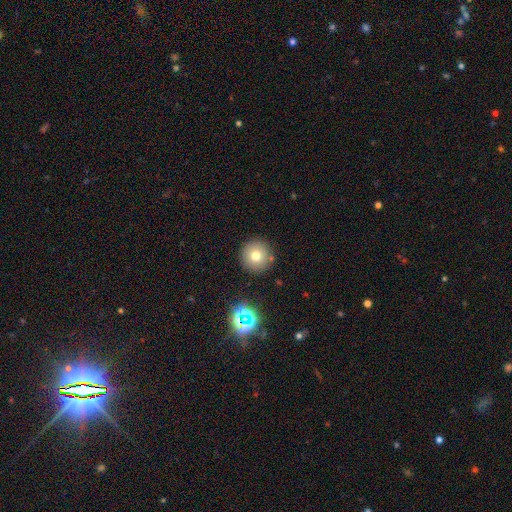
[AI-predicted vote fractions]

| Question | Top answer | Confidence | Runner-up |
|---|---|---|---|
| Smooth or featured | smooth | 71% | star or artifact (17%) |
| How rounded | round | 96% | in between (3%) |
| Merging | none | 88% | minor disturbance (6%) |